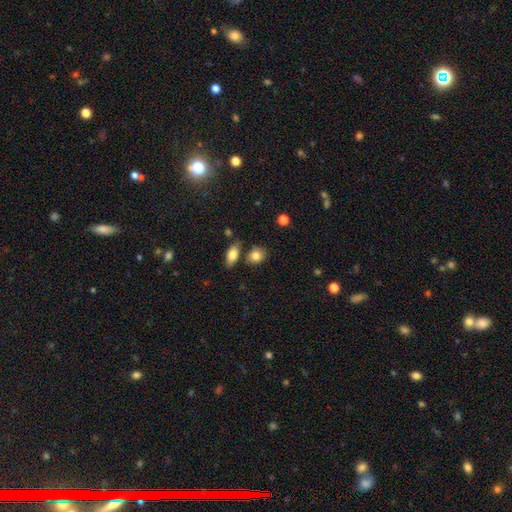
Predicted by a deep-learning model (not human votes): Q: Smooth or featured?
A: smooth (83%); runner-up: featured or disk (9%)
Q: How rounded?
A: round (54%); runner-up: in between (44%)
Q: Merging?
A: none (72%); runner-up: minor disturbance (13%)